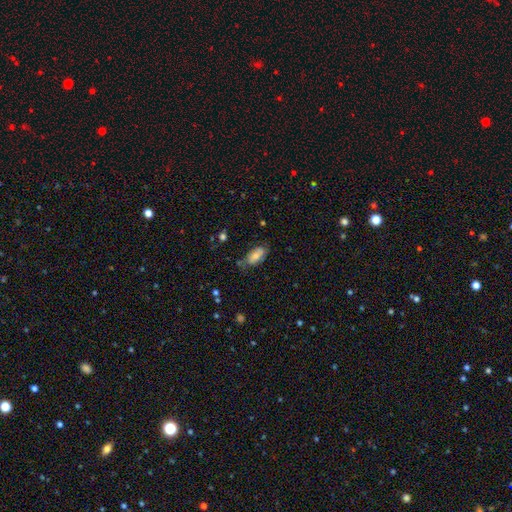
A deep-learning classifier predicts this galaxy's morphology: Smooth or featured? Predicted: smooth (p=0.69). How rounded? Predicted: in between (p=0.90). Merging? Predicted: none (p=0.62).